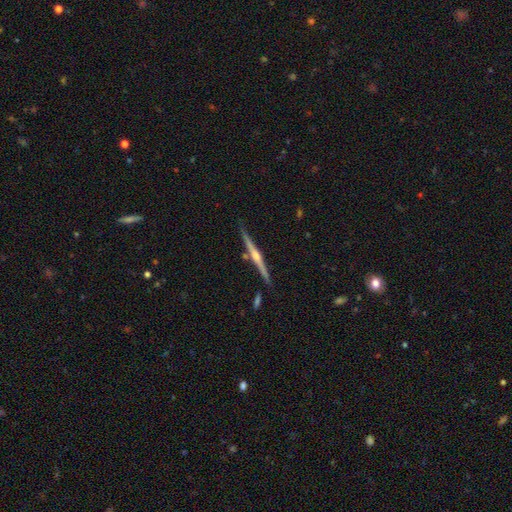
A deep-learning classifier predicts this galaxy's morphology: Overall: featured or disk (82%). Edge-on disk: yes (98%). Edge-on bulge: rounded (86%). Merging: none (84%).